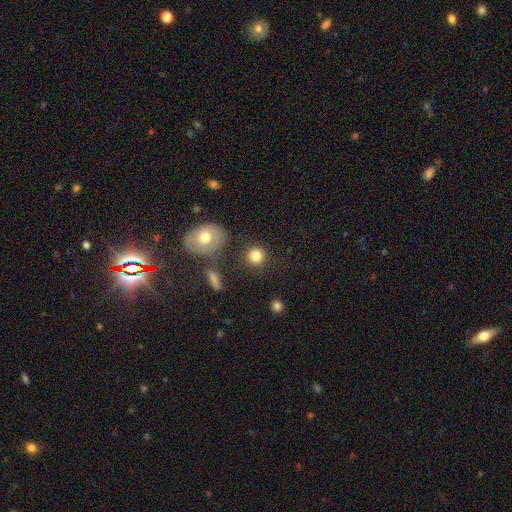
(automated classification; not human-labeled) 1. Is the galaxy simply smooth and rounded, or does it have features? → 82% smooth, 11% star or artifact, 8% featured or disk.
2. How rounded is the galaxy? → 87% round, 11% in between, 1% cigar-shaped.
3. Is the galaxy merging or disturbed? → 81% none, 9% minor disturbance, 5% merger, 4% major disturbance.